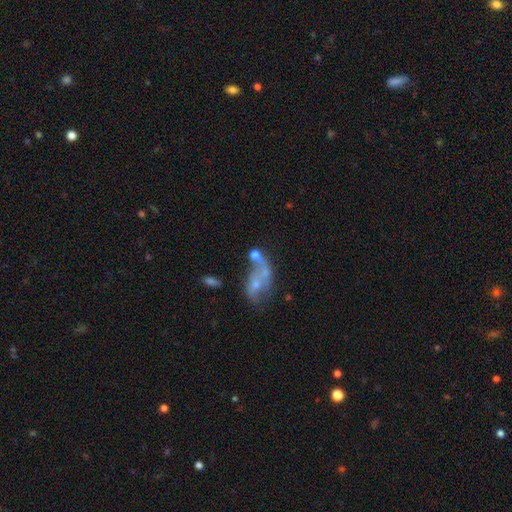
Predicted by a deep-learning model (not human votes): Q: Smooth or featured?
A: smooth (47%); runner-up: featured or disk (40%)
Q: Merging?
A: merger (52%); runner-up: major disturbance (21%)